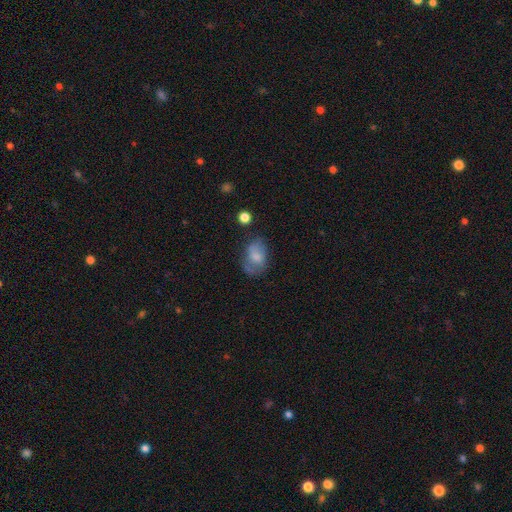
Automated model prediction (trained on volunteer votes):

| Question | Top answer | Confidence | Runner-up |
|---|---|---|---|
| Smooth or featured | smooth | 66% | featured or disk (25%) |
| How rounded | in between | 81% | round (18%) |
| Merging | none | 47% | minor disturbance (28%) |